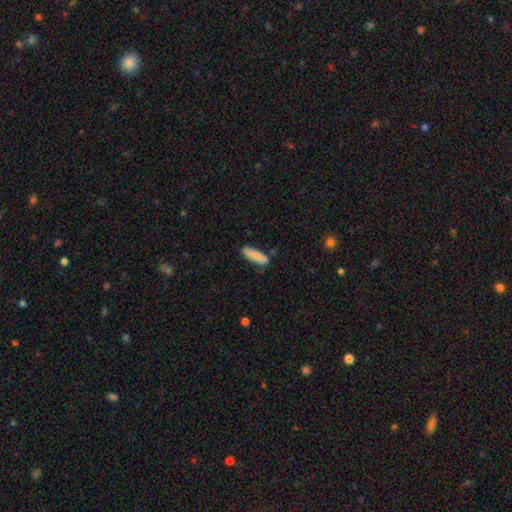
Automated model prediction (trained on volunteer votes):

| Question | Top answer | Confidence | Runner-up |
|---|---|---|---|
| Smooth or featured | smooth | 84% | featured or disk (10%) |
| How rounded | cigar-shaped | 55% | in between (43%) |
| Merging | none | 77% | minor disturbance (16%) |